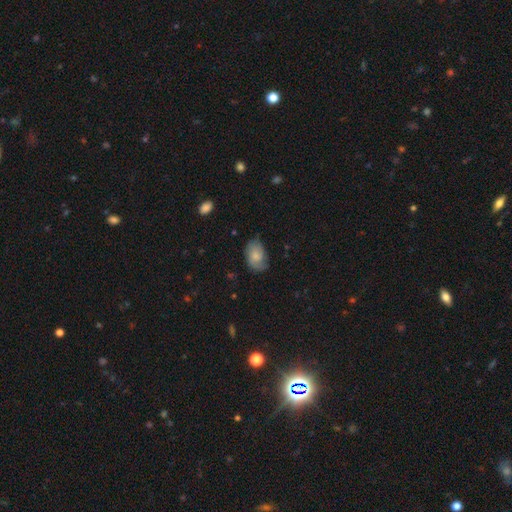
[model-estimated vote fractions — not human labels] Smooth or featured? smooth (58%)
How rounded? in between (85%)
Merging? none (59%)